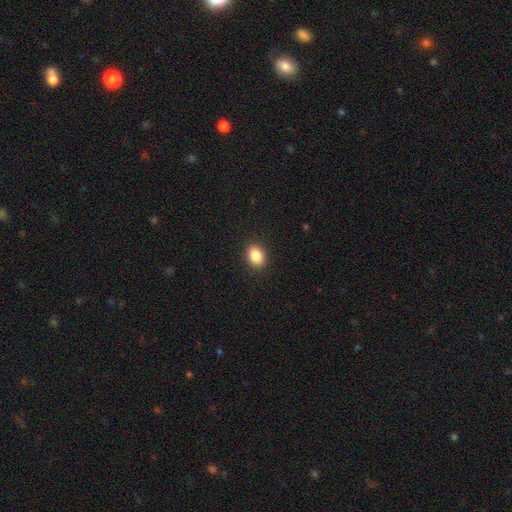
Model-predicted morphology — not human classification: Smooth or featured: smooth — 88% (star or artifact — 9%)
How rounded: in between — 67% (round — 32%)
Merging: none — 90% (minor disturbance — 7%)